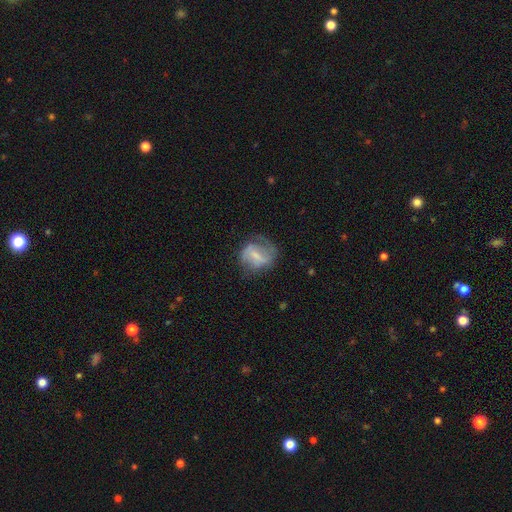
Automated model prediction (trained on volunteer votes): The model was most divided on "bulge size": small: 40%, none: 29%, moderate: 26%, large: 4%, dominant: 1%. Remaining: edge-on disk — no (97%); spiral arms — yes (76%); smooth or featured — featured or disk (59%); merging — none (55%); bar — weak (48%).